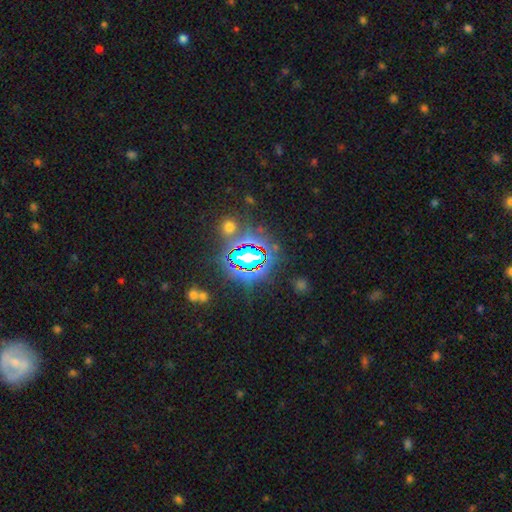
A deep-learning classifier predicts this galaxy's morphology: The model was most divided on "smooth or featured": star or artifact: 79%, smooth: 12%, featured or disk: 9%.